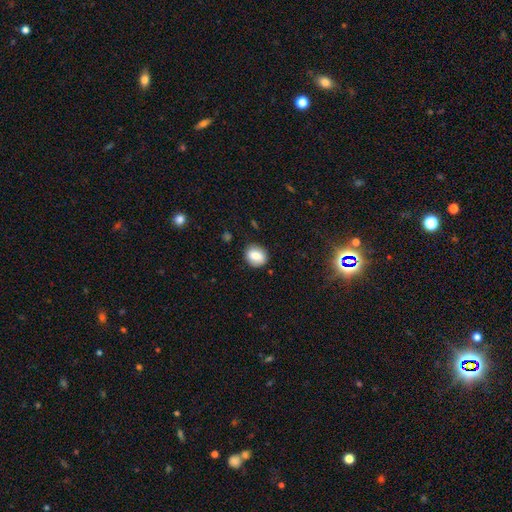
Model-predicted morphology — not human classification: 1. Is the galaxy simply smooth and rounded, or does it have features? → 81% smooth, 11% featured or disk, 9% star or artifact.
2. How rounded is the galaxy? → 64% round, 35% in between, 1% cigar-shaped.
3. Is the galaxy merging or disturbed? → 85% none, 11% minor disturbance, 3% major disturbance, 2% merger.